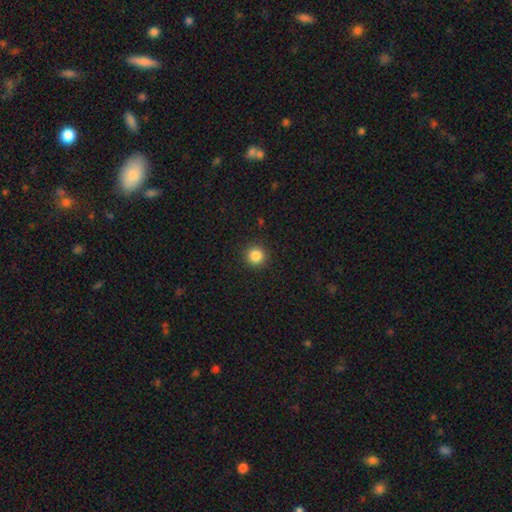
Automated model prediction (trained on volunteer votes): Q: Smooth or featured?
A: smooth (86%); runner-up: star or artifact (11%)
Q: How rounded?
A: round (95%); runner-up: in between (4%)
Q: Merging?
A: none (92%); runner-up: minor disturbance (5%)